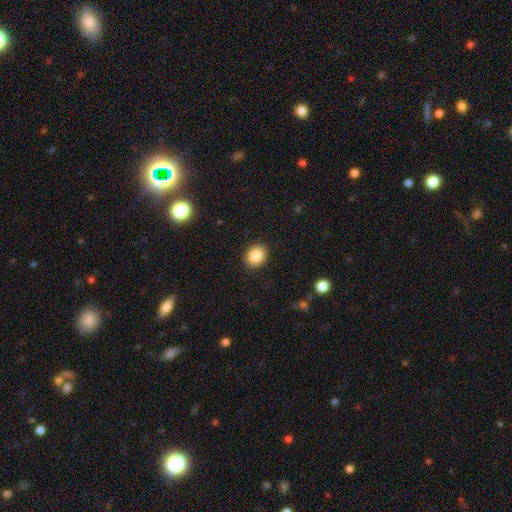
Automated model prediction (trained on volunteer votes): The model was most divided on "how rounded": round: 62%, in between: 38%, cigar-shaped: 1%. More confident: merging — none (91%); smooth or featured — smooth (86%).